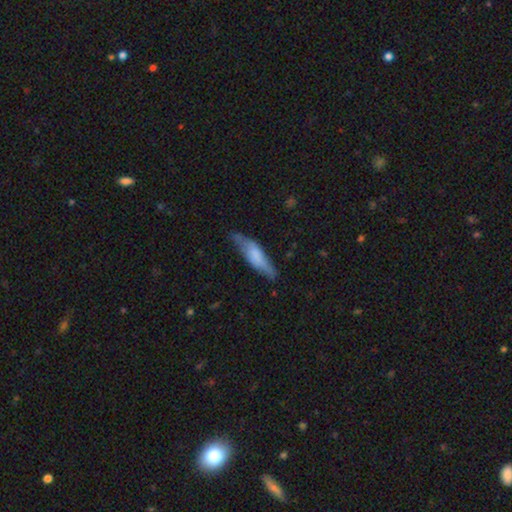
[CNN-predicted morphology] The model was most divided on "smooth or featured": smooth: 60%, featured or disk: 34%, star or artifact: 6%. More confident: how rounded — cigar-shaped (68%); merging — none (66%).